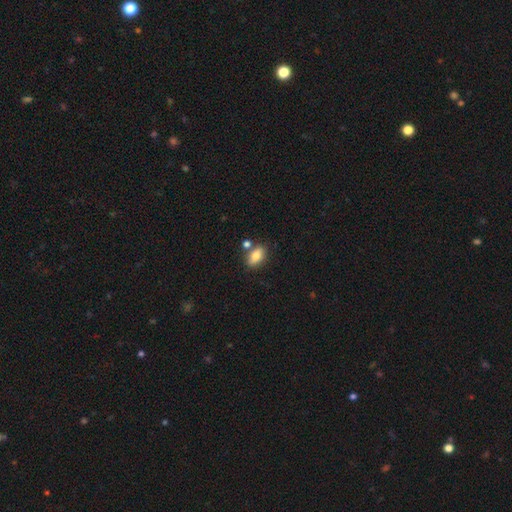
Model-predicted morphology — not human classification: A smooth galaxy with no disk features (77%) that is in between round and cigar-shaped (85%). Merging: none (72%).